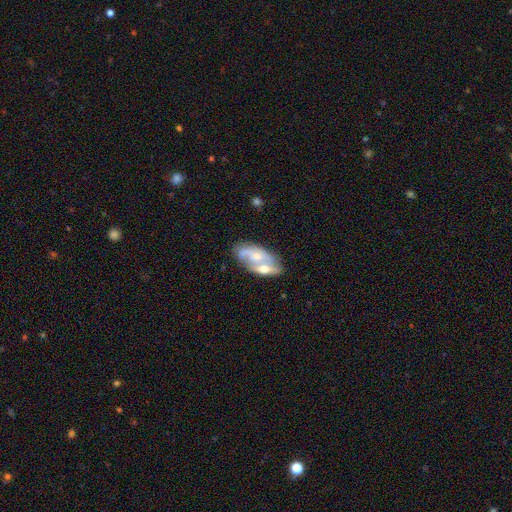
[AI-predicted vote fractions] smooth-or-featured: featured or disk: 58% | smooth: 36% | star or artifact: 6%
  disk-edge-on: no: 92% | yes: 8%
    bar: no: 73% | weak: 21% | strong: 6%
    has-spiral-arms: no: 51% | yes: 49%
    bulge-size: moderate: 48% | small: 43% | none: 4% | large: 3% | dominant: 1%
  merging: merger: 62% | none: 20% | minor disturbance: 11% | major disturbance: 7%